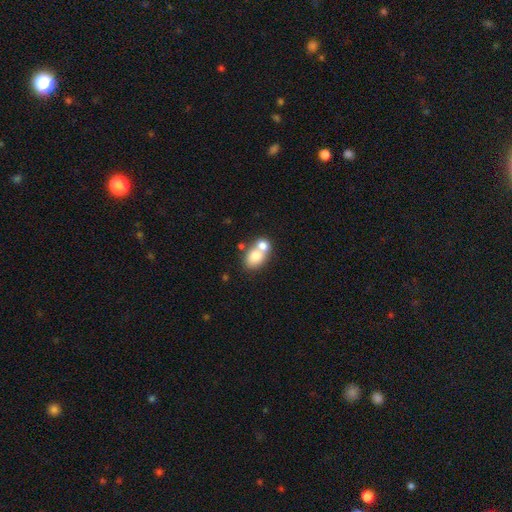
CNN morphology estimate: This appears to be a smooth galaxy with no disk features (76%) that is in between round and cigar-shaped (62%). Merging: merger (60%).